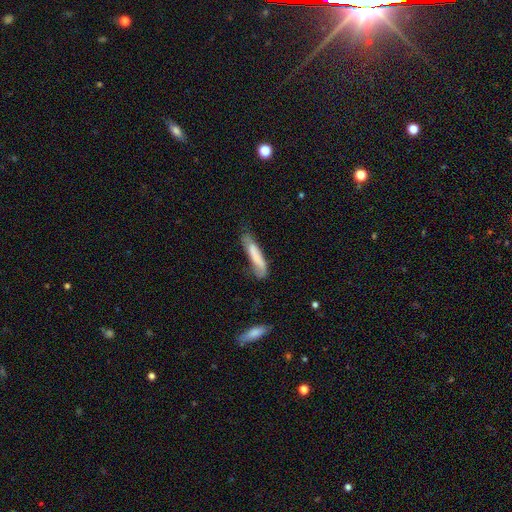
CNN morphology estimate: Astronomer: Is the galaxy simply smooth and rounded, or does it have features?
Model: smooth — 72%.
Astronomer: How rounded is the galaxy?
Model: cigar-shaped — 84%.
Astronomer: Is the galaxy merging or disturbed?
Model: none — 49% (runner-up: minor disturbance, 33%).